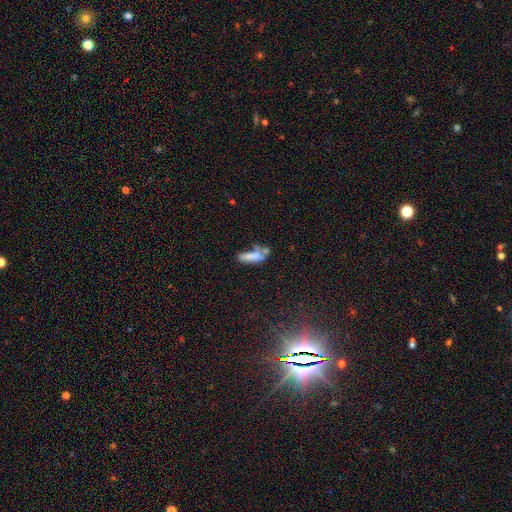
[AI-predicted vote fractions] A smooth galaxy with no disk features (63%) that is cigar-shaped (49%). Merging: merger (34%).